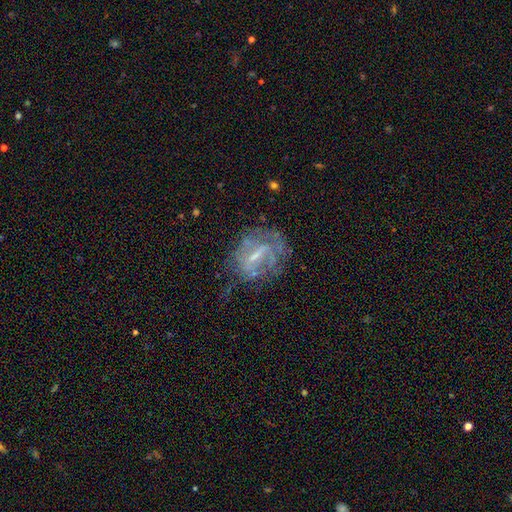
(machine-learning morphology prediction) A featured or disk galaxy (71%) with a weak bar (46%), spiral arms (58%) and a small central bulge (50%). Merging: none (52%).